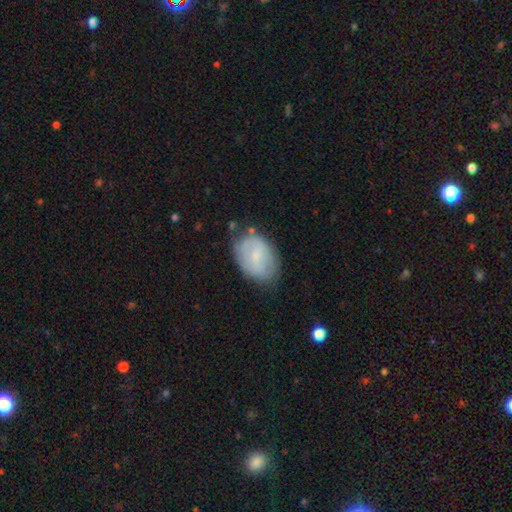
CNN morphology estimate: Overall: smooth (57%; featured or disk 36%). How rounded: in between (79%). Merging: none (67%).